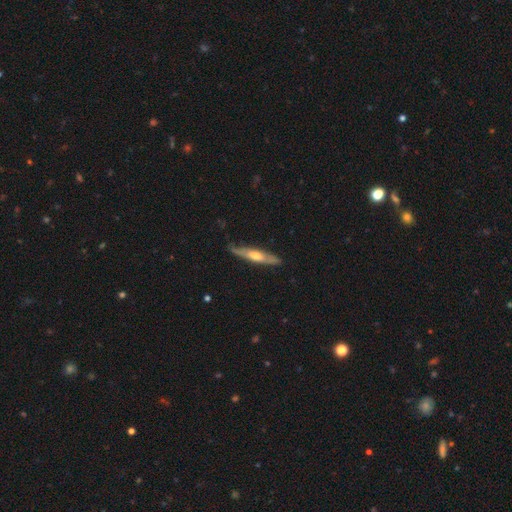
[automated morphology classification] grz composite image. It shows a featured or disk galaxy (53%) viewed edge-on (81%). Merging: none (76%).